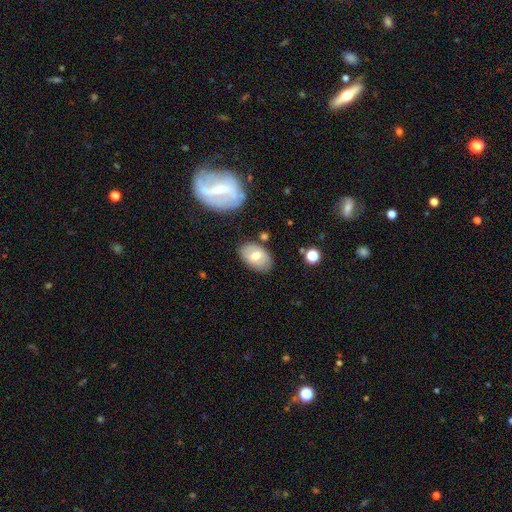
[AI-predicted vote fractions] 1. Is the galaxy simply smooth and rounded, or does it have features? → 60% smooth, 33% featured or disk, 7% star or artifact.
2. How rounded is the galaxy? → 89% in between, 10% round, 1% cigar-shaped.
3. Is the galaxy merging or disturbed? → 77% none, 15% minor disturbance, 4% merger, 4% major disturbance.